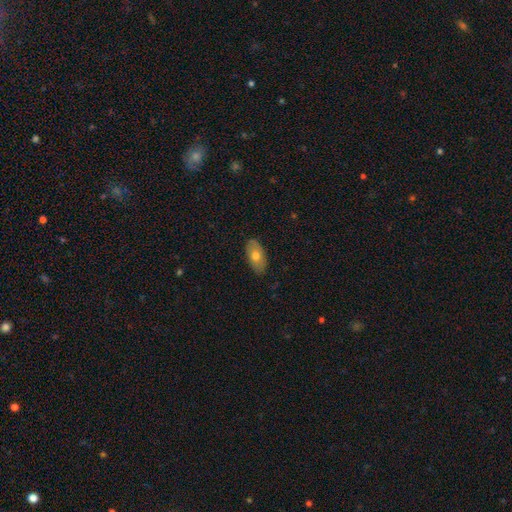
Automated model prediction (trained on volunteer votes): smooth-or-featured: smooth: 64% | featured or disk: 30% | star or artifact: 6%
  how-rounded: in between: 92% | round: 5% | cigar-shaped: 4%
  merging: none: 84% | minor disturbance: 13% | major disturbance: 2% | merger: 1%